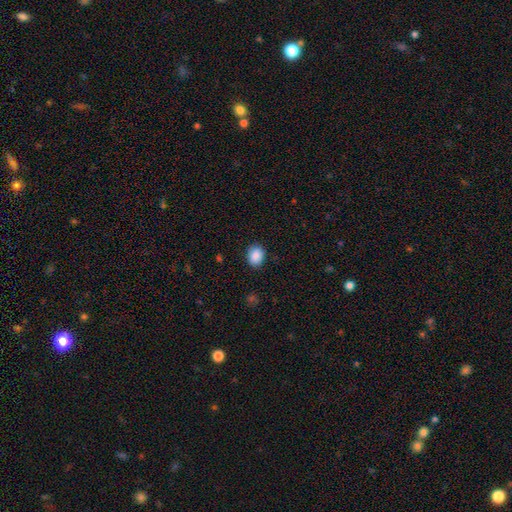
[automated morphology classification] This appears to be a smooth galaxy with no disk features (88%) that is in between round and cigar-shaped (55%). Merging: none (88%).